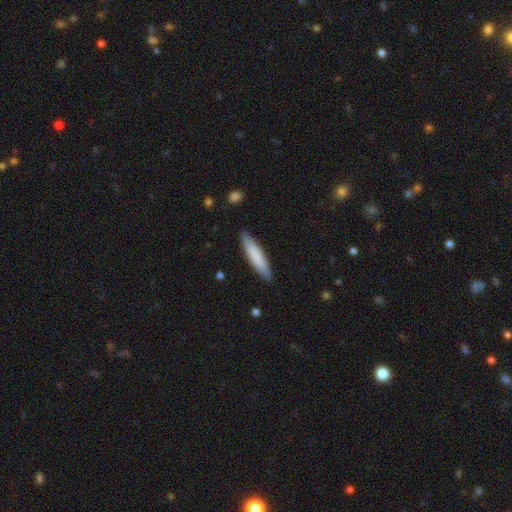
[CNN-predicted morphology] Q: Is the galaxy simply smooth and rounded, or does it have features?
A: smooth — 80%.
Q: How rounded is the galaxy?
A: cigar-shaped — 87%.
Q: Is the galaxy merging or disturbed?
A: none — 89%.